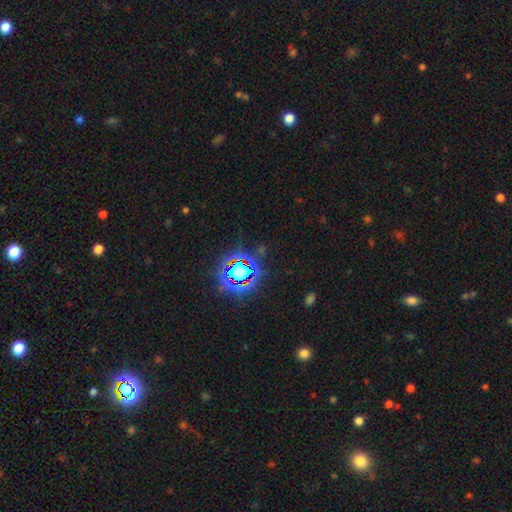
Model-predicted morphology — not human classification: A star or artifact, not a galaxy (79%).